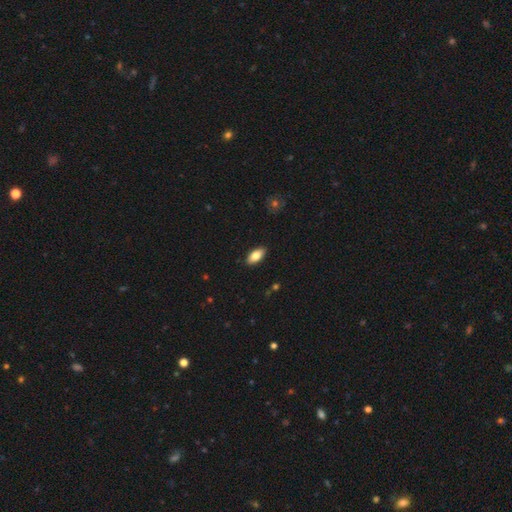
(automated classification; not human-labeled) smooth-or-featured: smooth: 81% | featured or disk: 12% | star or artifact: 6%
  how-rounded: in between: 91% | cigar-shaped: 7% | round: 2%
  merging: none: 90% | minor disturbance: 8% | major disturbance: 2% | merger: 1%